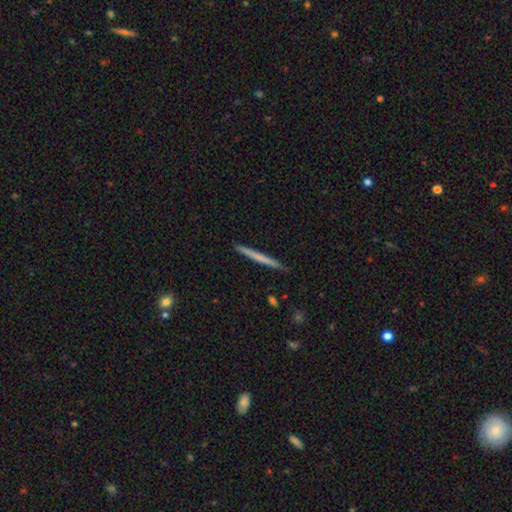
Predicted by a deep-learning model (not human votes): smooth_or_featured: smooth (p=0.59) [alt: featured or disk p=0.36]
how_rounded: cigar-shaped (p=0.97) [alt: in between p=0.02]
merging: none (p=0.91) [alt: minor disturbance p=0.07]